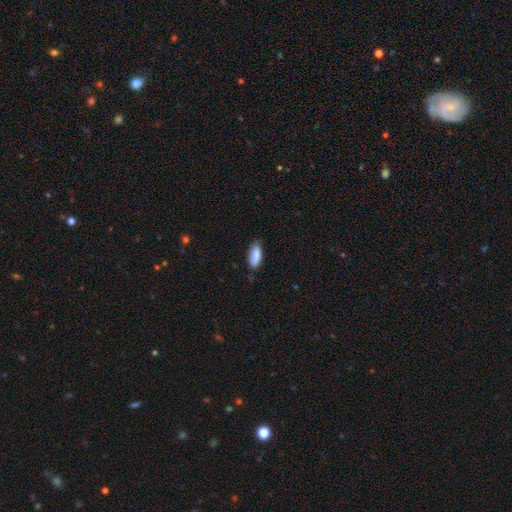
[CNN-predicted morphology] This is clearly a smooth galaxy (83%). How rounded: clearly in between (82%). Merging: likely none (71%).